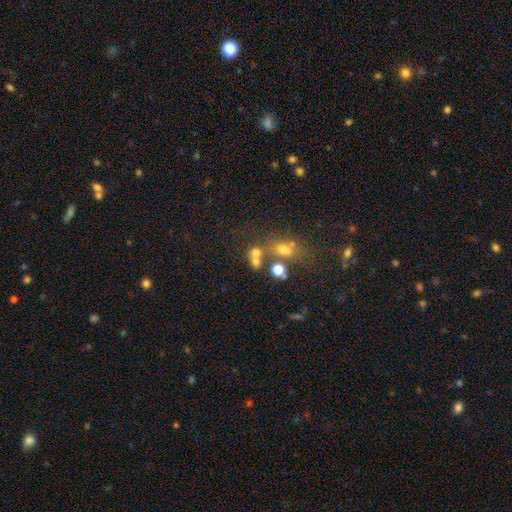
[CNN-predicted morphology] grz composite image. It shows a smooth galaxy with no disk features (64%) that is round (67%). Merging: merger (42%).